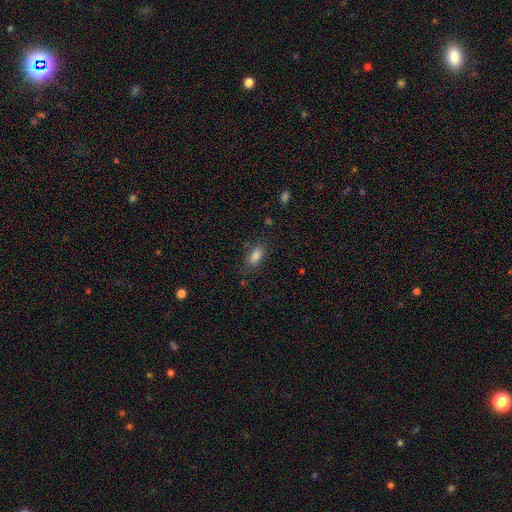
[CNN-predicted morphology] smooth_or_featured: smooth (p=0.83) [alt: star or artifact p=0.09]
how_rounded: in between (p=0.87) [alt: cigar-shaped p=0.08]
merging: none (p=0.76) [alt: minor disturbance p=0.16]